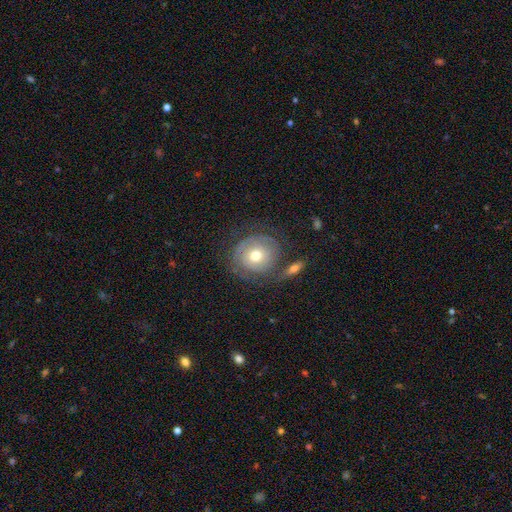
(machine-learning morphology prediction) smooth_or_featured: featured or disk (p=0.59) [alt: smooth p=0.34]
disk_edge_on: no (p=0.96) [alt: yes p=0.04]
bar: no (p=0.83) [alt: weak p=0.13]
has_spiral_arms: yes (p=0.73) [alt: no p=0.27]
bulge_size: moderate (p=0.68) [alt: small p=0.24]
merging: none (p=0.62) [alt: minor disturbance p=0.18]